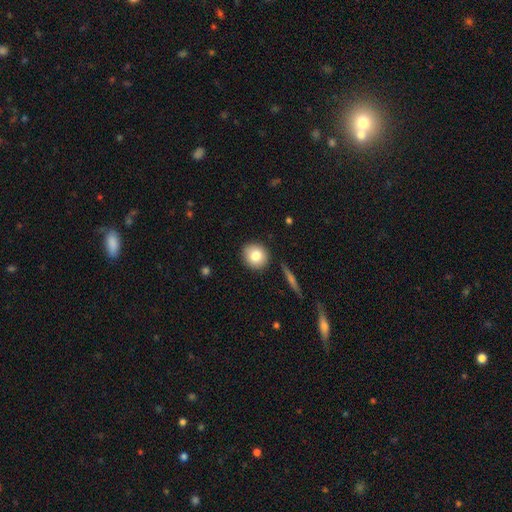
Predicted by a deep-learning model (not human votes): smooth 80%, featured or disk 11%, star or artifact 9%. Down the decision tree: how rounded — round (86%); merging — none (90%).